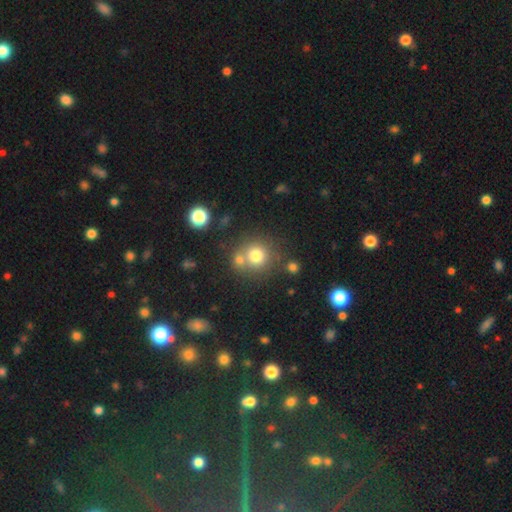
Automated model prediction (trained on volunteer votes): The model was most divided on "merging": none: 59%, merger: 28%, minor disturbance: 9%, major disturbance: 4%. More confident: how rounded — round (90%); smooth or featured — smooth (75%).